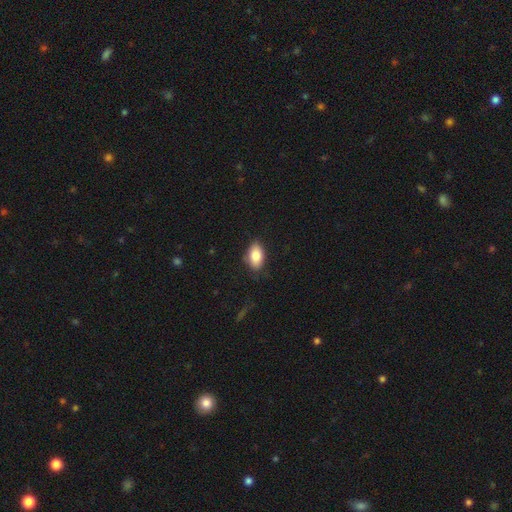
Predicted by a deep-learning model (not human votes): Morphology: type=smooth (84%); roundness=in between (92%); merging=none (81%).